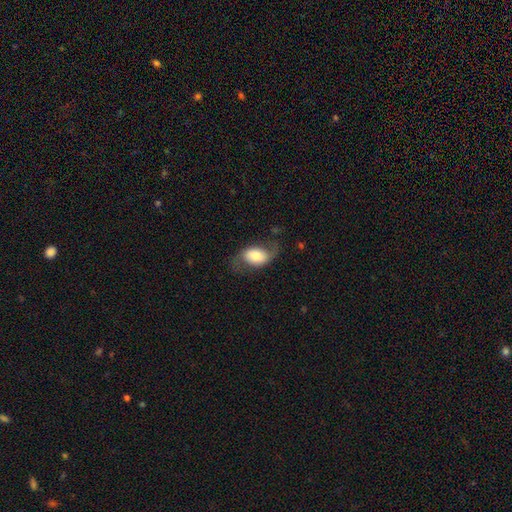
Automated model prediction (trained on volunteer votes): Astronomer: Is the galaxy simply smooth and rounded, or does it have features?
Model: smooth — 50% (runner-up: featured or disk, 43%).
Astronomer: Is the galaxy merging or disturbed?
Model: none — 57%.